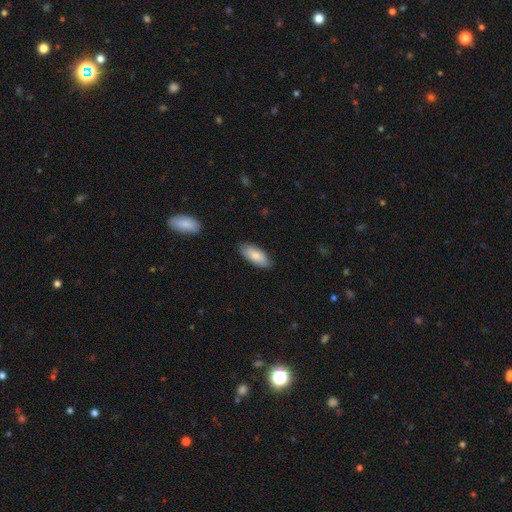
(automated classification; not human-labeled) A smooth galaxy with no disk features (82%) that is in between round and cigar-shaped (86%).

Vote fractions:
- Smooth or featured? smooth: 82% / featured or disk: 12% / star or artifact: 5%
- How rounded? in between: 86% / cigar-shaped: 12% / round: 2%
- Merging? none: 82% / minor disturbance: 14% / major disturbance: 2% / merger: 1%